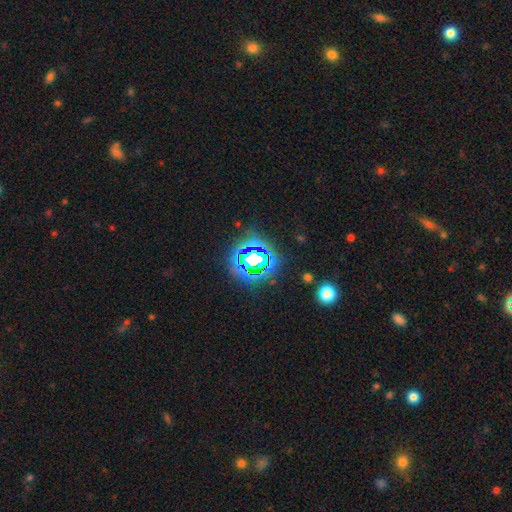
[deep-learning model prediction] Overall: star or artifact (71%).